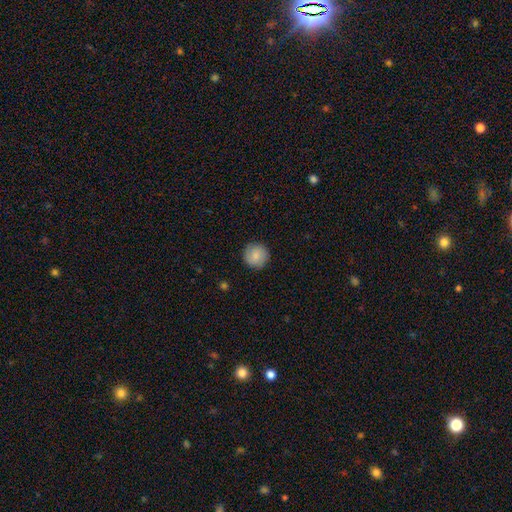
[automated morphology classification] type=smooth (86%); roundness=round (95%); merging=none (91%).